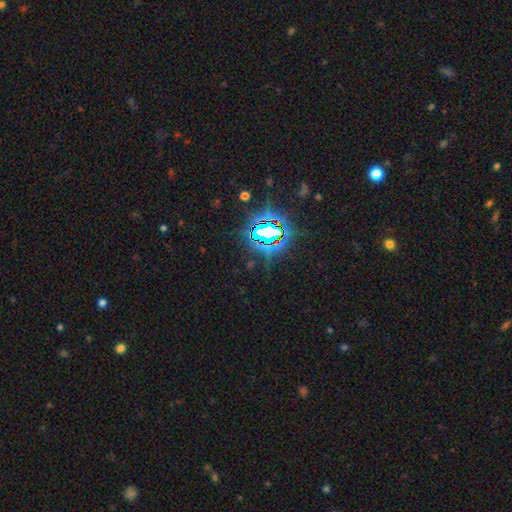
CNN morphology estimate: Q: Smooth or featured?
A: star or artifact (83%); runner-up: smooth (10%)